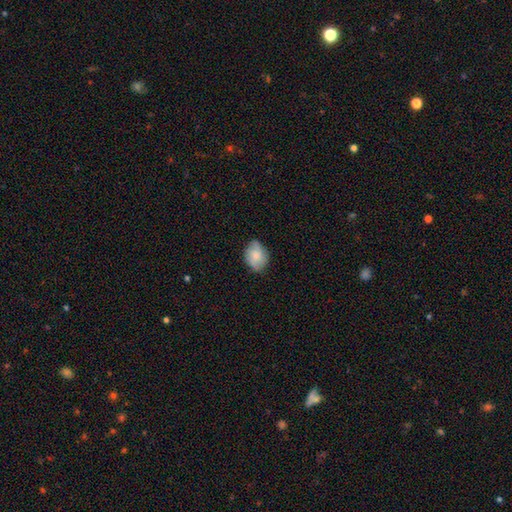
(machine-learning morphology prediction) smooth-or-featured: smooth: 71% | featured or disk: 22% | star or artifact: 7%
  how-rounded: in between: 57% | round: 42% | cigar-shaped: 1%
  merging: none: 72% | minor disturbance: 23% | major disturbance: 4% | merger: 1%